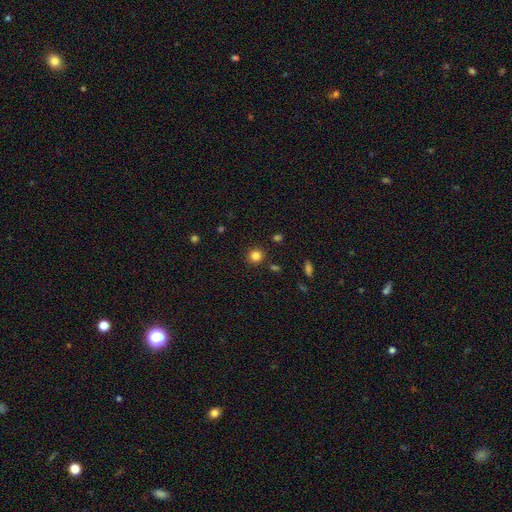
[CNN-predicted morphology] type=smooth (83%); roundness=round (91%); merging=none (88%).